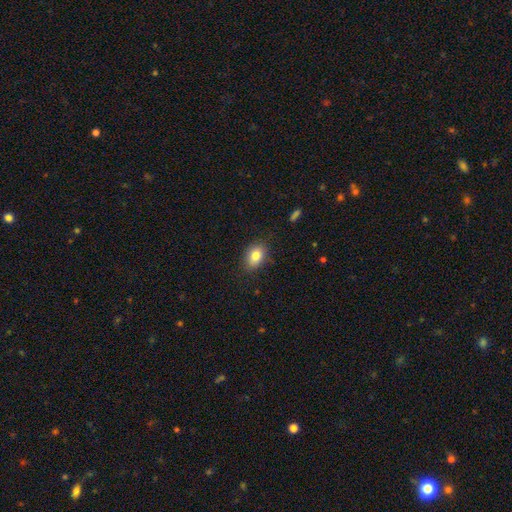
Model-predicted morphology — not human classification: A smooth galaxy with no disk features (82%) that is in between round and cigar-shaped (81%). Merging: none (83%).